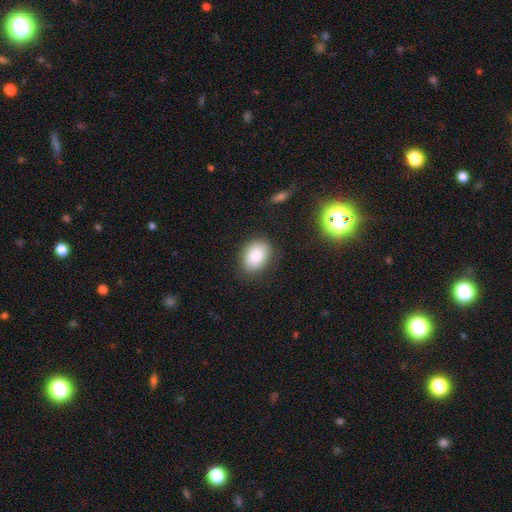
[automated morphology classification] Smooth or featured? smooth (84%)
How rounded? in between (74%)
Merging? none (83%)